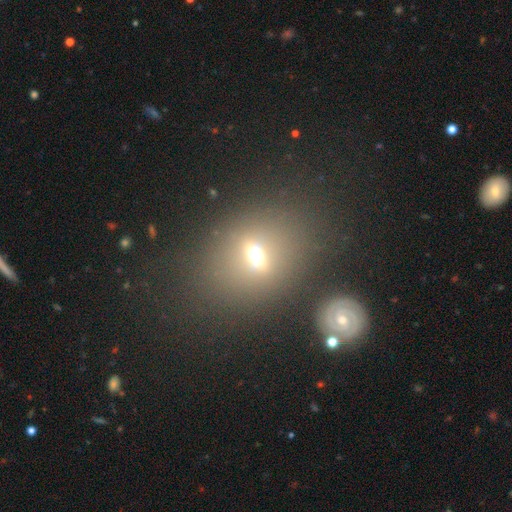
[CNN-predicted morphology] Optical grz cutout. It shows a smooth galaxy with no disk features (53%) that is in between round and cigar-shaped (64%). Merging: none (72%).